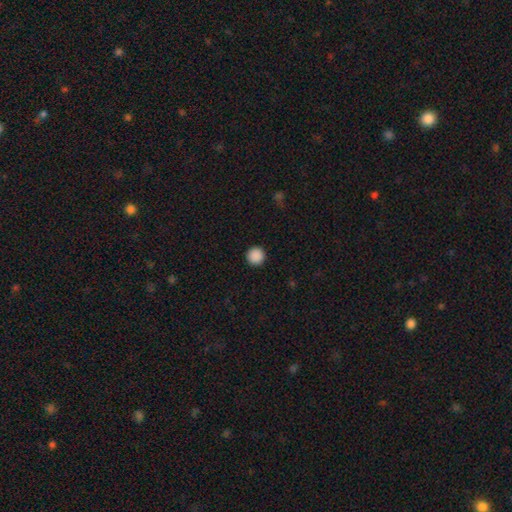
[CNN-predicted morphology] A smooth galaxy with no disk features (89%) that is round (96%). Merging: none (93%).